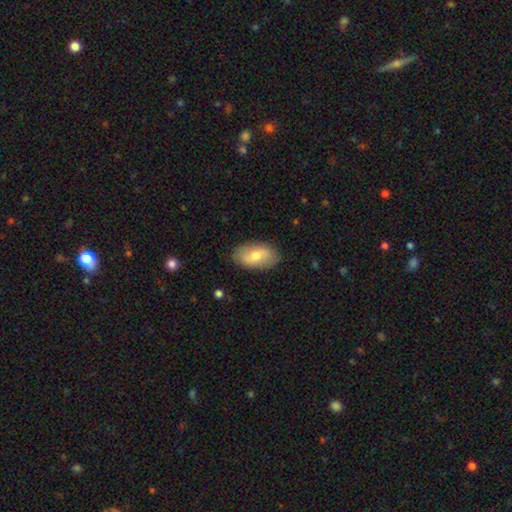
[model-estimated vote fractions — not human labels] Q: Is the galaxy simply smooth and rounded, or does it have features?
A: smooth — 63%.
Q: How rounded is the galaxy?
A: in between — 93%.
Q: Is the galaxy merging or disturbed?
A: none — 85%.